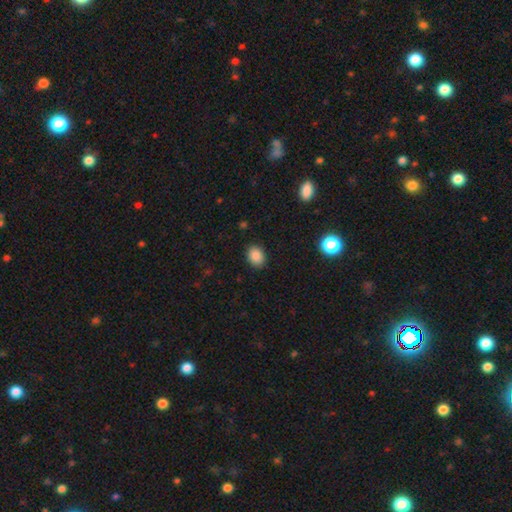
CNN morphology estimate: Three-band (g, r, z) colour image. It shows a smooth galaxy with no disk features (87%) that is in between round and cigar-shaped (68%). Merging: none (88%).